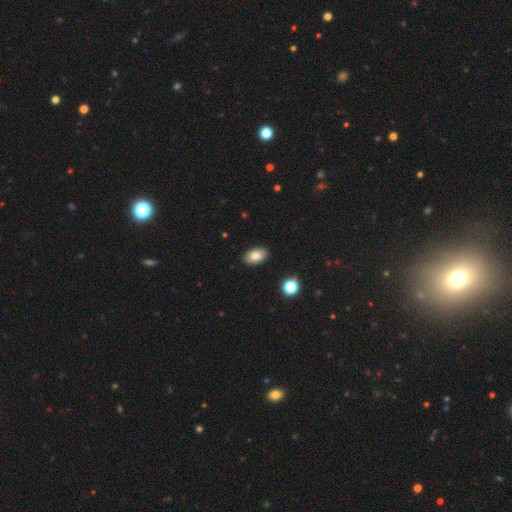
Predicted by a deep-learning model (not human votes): The model was most divided on "smooth or featured": smooth: 82%, featured or disk: 9%, star or artifact: 8%. More confident: how rounded — in between (92%); merging — none (89%).